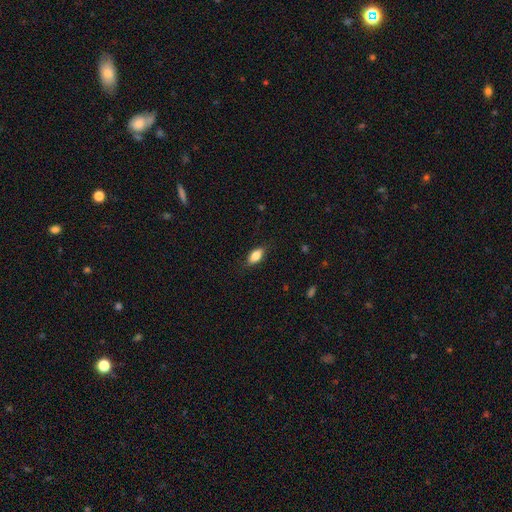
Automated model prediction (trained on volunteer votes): Smooth or featured? smooth (82%)
How rounded? in between (87%)
Merging? none (82%)